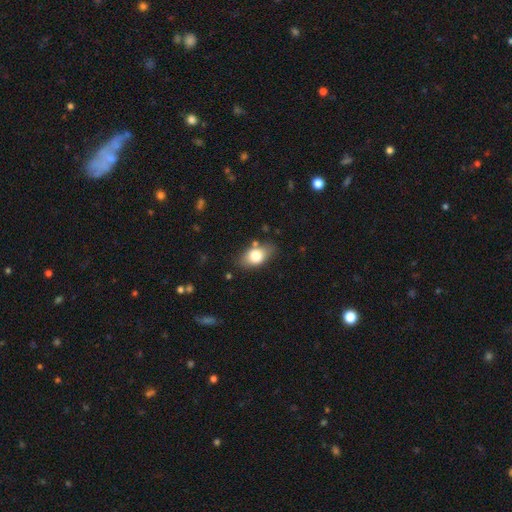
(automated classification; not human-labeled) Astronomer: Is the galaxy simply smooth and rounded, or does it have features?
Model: smooth — 77%.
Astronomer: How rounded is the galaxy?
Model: in between — 84%.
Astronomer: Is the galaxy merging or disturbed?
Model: none — 75%.